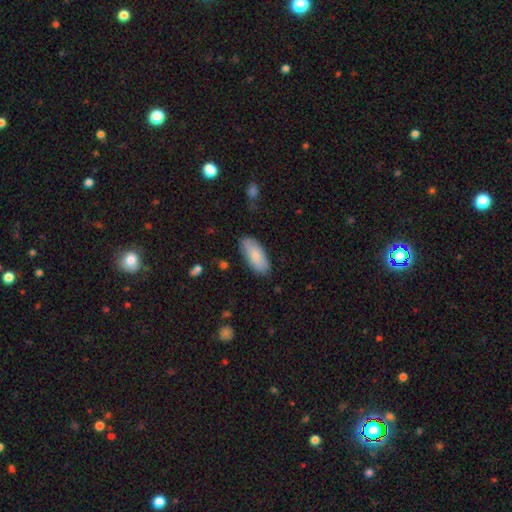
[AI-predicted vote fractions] Morphology: type=smooth (81%); roundness=in between (86%); merging=none (83%).